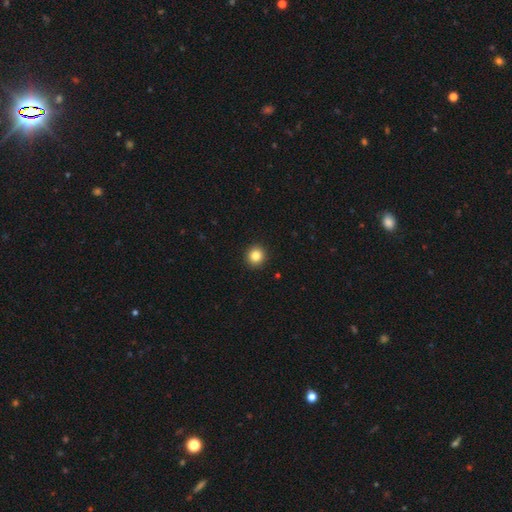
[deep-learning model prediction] This appears to be a smooth galaxy with no disk features (84%) that is round (92%). Merging: none (93%).